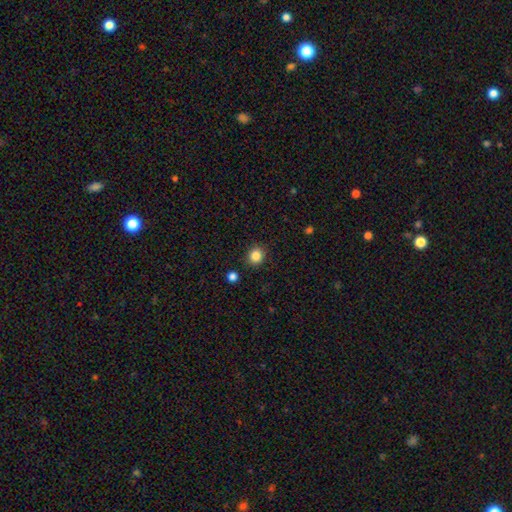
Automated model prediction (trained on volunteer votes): Smooth or featured? Predicted: smooth (p=0.85). How rounded? Predicted: round (p=0.81). Merging? Predicted: none (p=0.89).